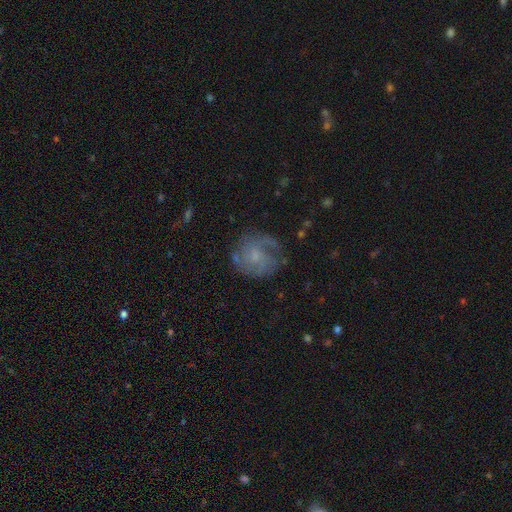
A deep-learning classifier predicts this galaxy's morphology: A featured or disk galaxy (67%) with no bar (70%), medium (42%) spiral arms (86%) and a small central bulge (56%).

Vote fractions:
- Smooth or featured? featured or disk: 67% / smooth: 24% / star or artifact: 9%
- Edge-on disk? no: 98% / yes: 2%
- Bar? no: 70% / weak: 27% / strong: 3%
- Spiral arms? yes: 86% / no: 14%
- Spiral winding? medium: 42% / tight: 38% / loose: 20%
- Spiral arm count? can't tell: 31% / 2: 26% / 3: 22% / 1: 9% / 4: 7% / more than 4: 5%
- Bulge size? small: 56% / moderate: 25% / none: 15% / large: 2% / dominant: 1%
- Merging? none: 65% / minor disturbance: 20% / major disturbance: 13% / merger: 2%